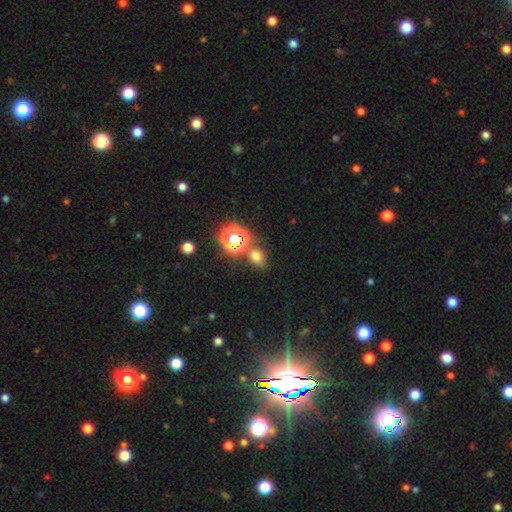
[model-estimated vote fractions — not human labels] Overall: smooth (65%; star or artifact 28%). How rounded: round (54%; in between 44%). Merging: none (70%).